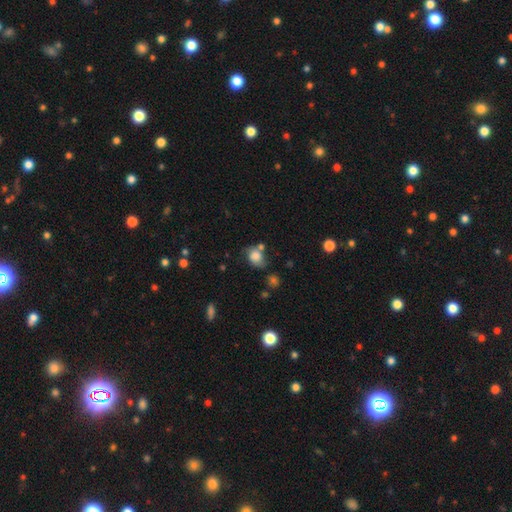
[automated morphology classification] This is likely a smooth galaxy (74%). How rounded: possibly round (50%). Merging: possibly none (47%).